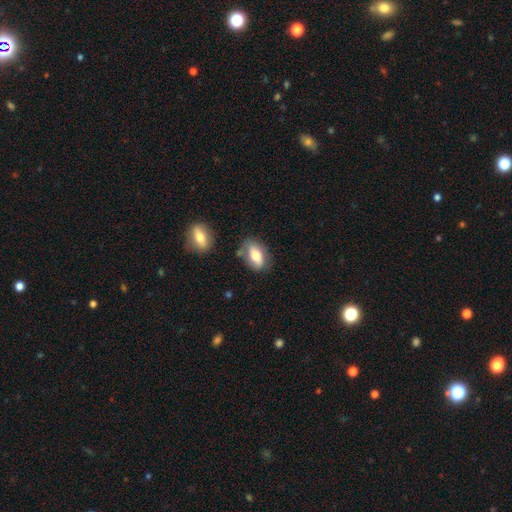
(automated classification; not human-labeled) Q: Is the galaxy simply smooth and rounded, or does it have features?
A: smooth — 66%.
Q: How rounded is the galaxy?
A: in between — 87%.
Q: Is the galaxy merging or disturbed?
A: none — 65%.